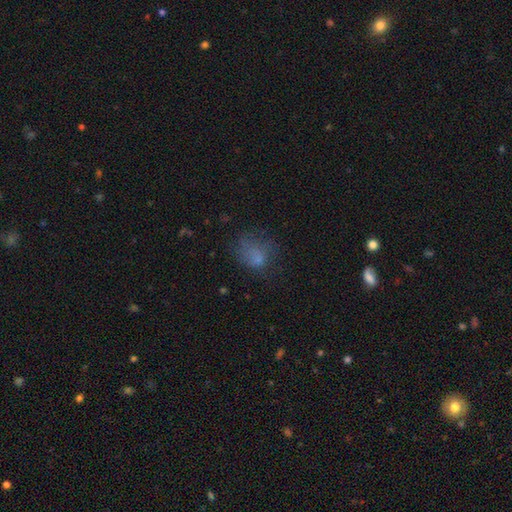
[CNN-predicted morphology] smooth_or_featured: smooth (p=0.62) [alt: featured or disk p=0.19]
how_rounded: in between (p=0.57) [alt: round p=0.42]
merging: none (p=0.40) [alt: major disturbance p=0.32]